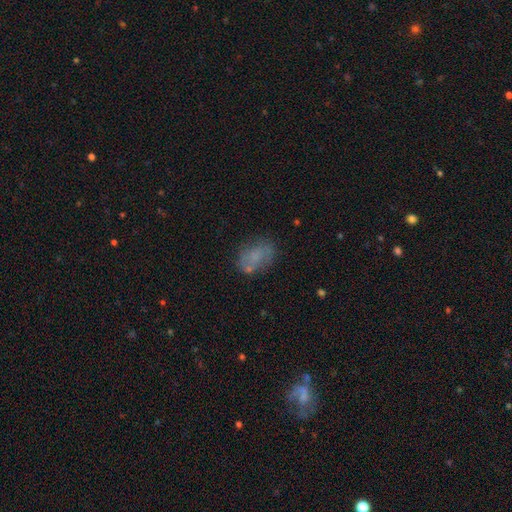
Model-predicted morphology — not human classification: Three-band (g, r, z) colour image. It shows a smooth galaxy with no disk features (60%) that is in between round and cigar-shaped (80%). Merging: none (57%).